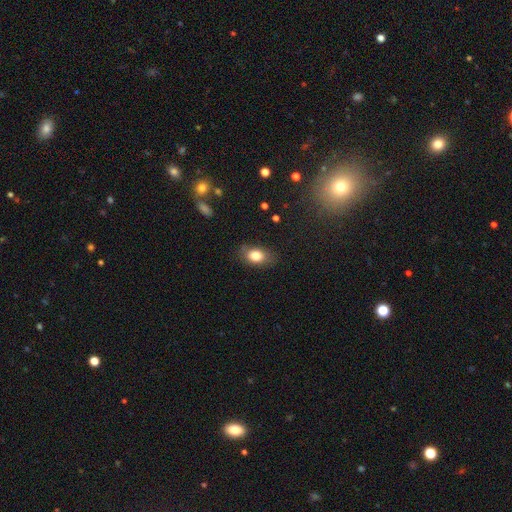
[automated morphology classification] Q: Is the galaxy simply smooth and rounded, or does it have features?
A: smooth — 81%.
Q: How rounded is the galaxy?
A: in between — 82%.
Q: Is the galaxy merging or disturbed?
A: none — 76%.